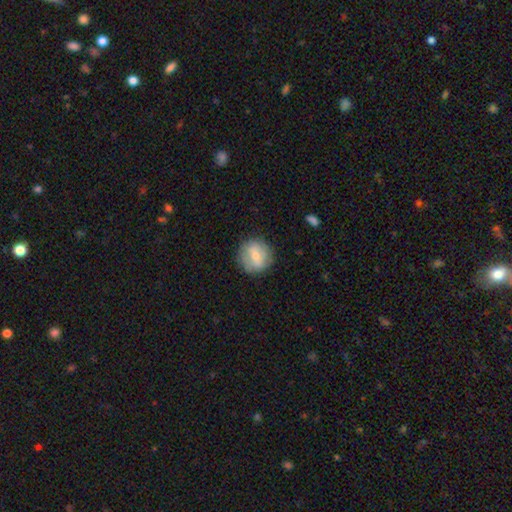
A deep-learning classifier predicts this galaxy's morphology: smooth 60%, featured or disk 32%, star or artifact 7%. Down the decision tree: how rounded — round (90%); merging — none (81%).